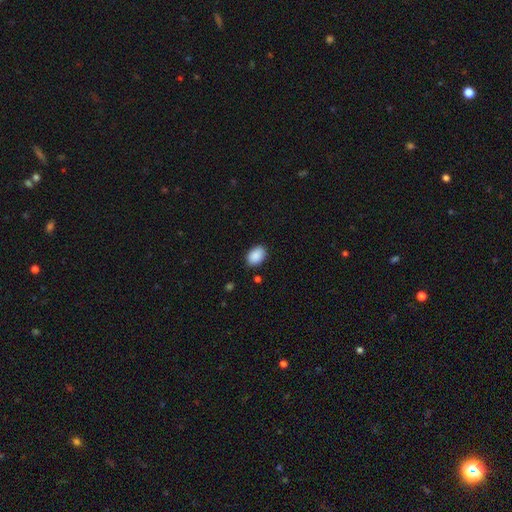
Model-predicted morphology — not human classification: smooth_or_featured: smooth (p=0.90) [alt: star or artifact p=0.07]
how_rounded: in between (p=0.86) [alt: round p=0.13]
merging: none (p=0.87) [alt: minor disturbance p=0.10]